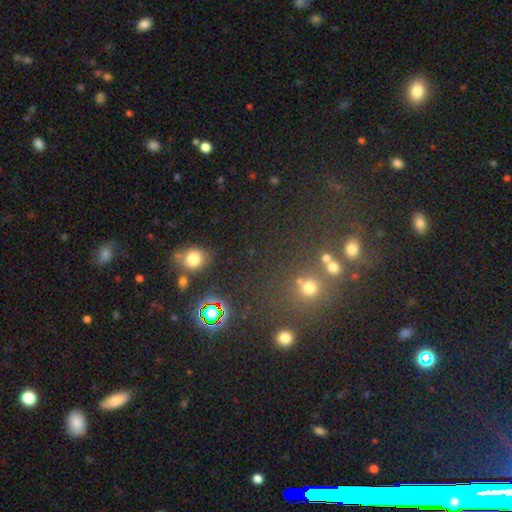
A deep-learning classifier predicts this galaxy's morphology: Smooth or featured: star or artifact — 49% (smooth — 42%)